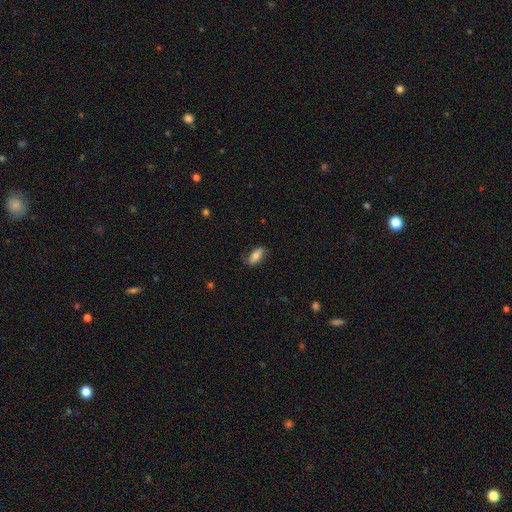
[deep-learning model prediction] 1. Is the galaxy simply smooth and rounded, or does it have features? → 69% smooth, 24% featured or disk, 7% star or artifact.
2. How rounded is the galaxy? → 87% in between, 10% cigar-shaped, 4% round.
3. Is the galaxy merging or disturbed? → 71% none, 21% minor disturbance, 6% major disturbance, 1% merger.